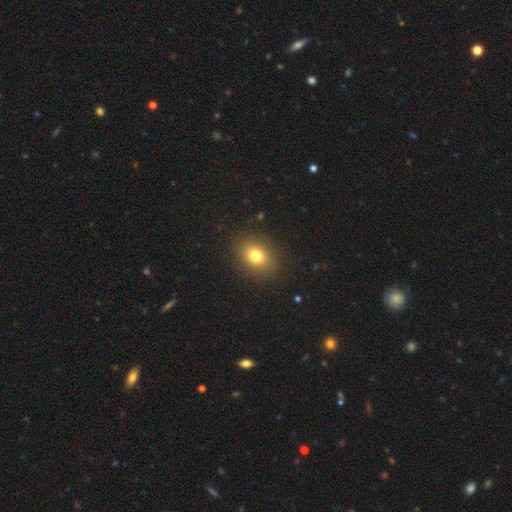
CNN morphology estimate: Smooth or featured: smooth — 77% (star or artifact — 12%)
How rounded: in between — 56% (round — 43%)
Merging: none — 87% (minor disturbance — 8%)